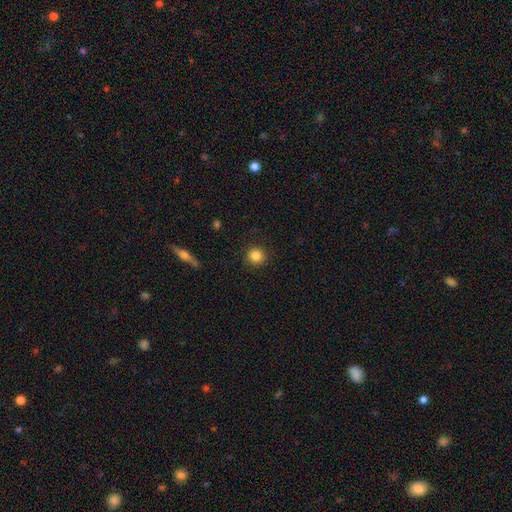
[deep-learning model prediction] A smooth galaxy with no disk features (85%) that is round (94%). Merging: none (90%).